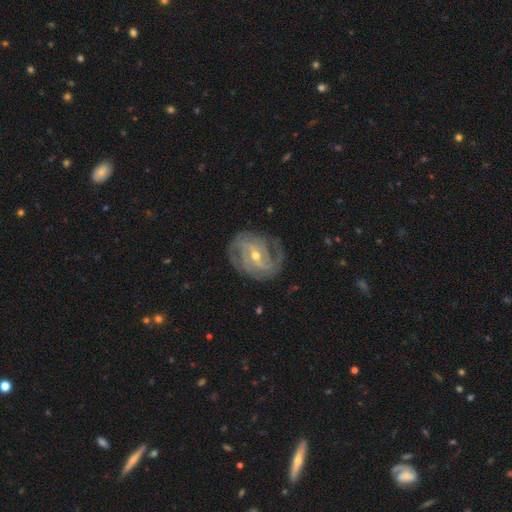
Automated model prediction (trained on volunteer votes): smooth_or_featured: featured or disk (p=0.89) [alt: smooth p=0.06]
disk_edge_on: no (p=0.97) [alt: yes p=0.03]
bar: weak (p=0.45) [alt: strong p=0.31]
has_spiral_arms: yes (p=0.96) [alt: no p=0.04]
spiral_winding: tight (p=0.51) [alt: medium p=0.38]
spiral_arm_count: 2 (p=0.36) [alt: 3 p=0.26]
bulge_size: moderate (p=0.51) [alt: small p=0.46]
merging: none (p=0.75) [alt: minor disturbance p=0.17]